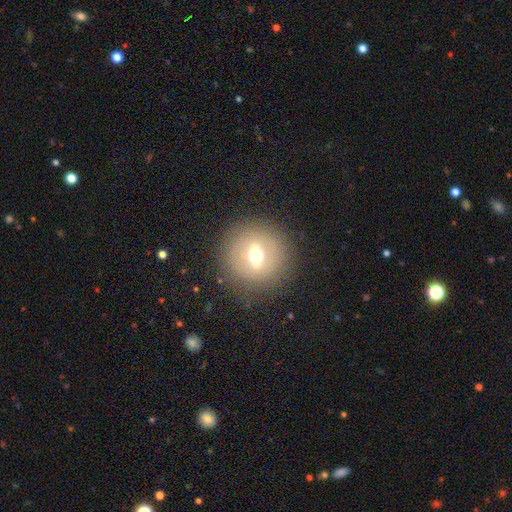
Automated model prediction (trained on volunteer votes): Smooth or featured? Predicted: featured or disk (p=0.48). Merging? Predicted: none (p=0.85).